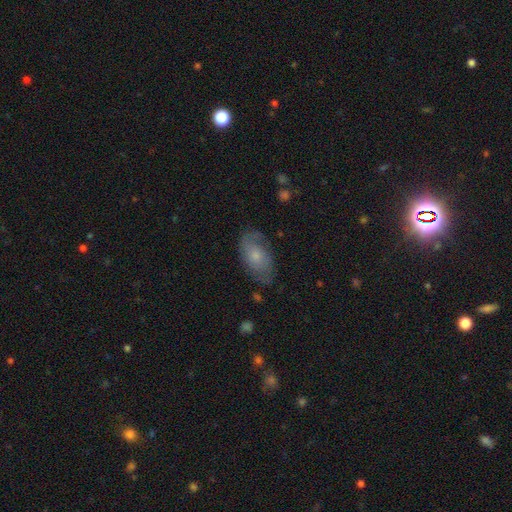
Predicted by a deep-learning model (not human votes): A smooth galaxy with no disk features (49%).

Vote fractions:
- Smooth or featured? smooth: 49% / featured or disk: 43% / star or artifact: 8%
- Merging? none: 68% / minor disturbance: 22% / major disturbance: 9% / merger: 2%